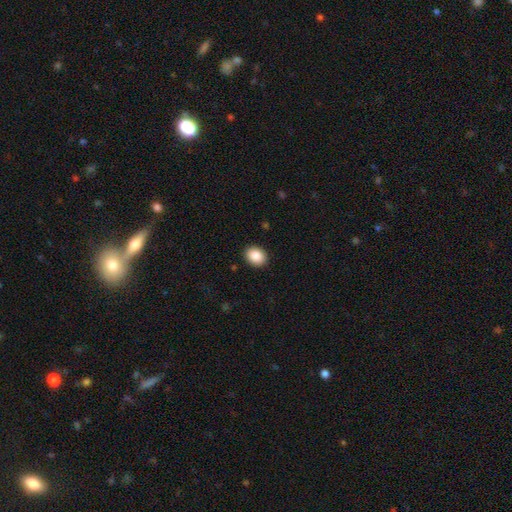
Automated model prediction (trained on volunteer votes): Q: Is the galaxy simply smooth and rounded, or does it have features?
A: smooth — 88%.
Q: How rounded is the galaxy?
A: in between — 55%.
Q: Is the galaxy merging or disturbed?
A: none — 91%.